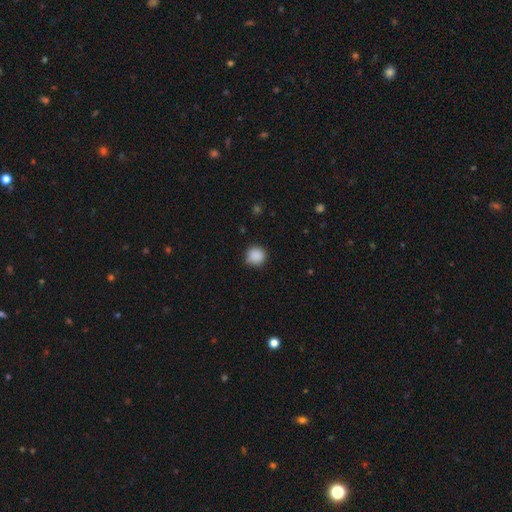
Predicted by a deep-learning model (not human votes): Overall: smooth (88%). How rounded: round (92%). Merging: none (82%).